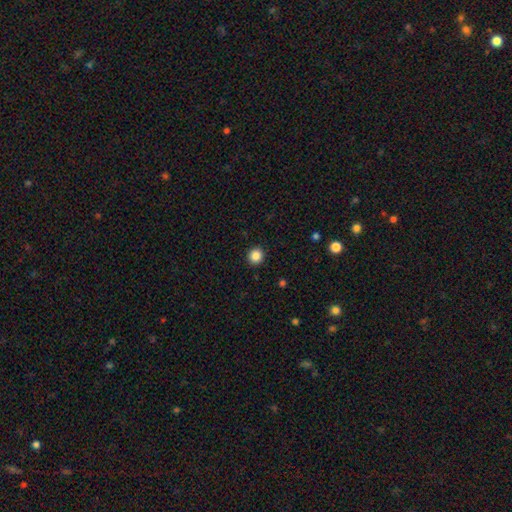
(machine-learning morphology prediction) This is clearly a smooth galaxy (86%). How rounded: clearly round (92%). Merging: clearly none (93%).